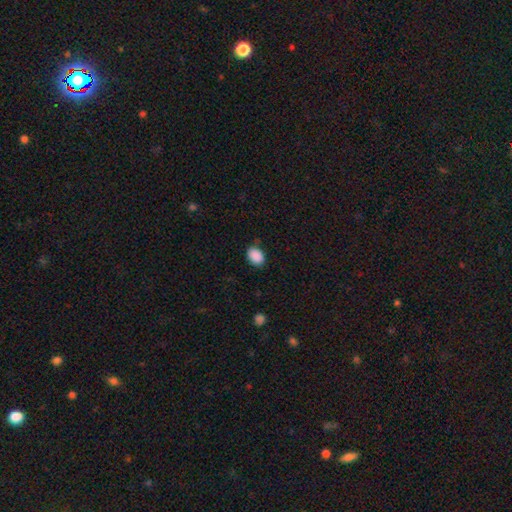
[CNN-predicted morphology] Overall: smooth (90%). How rounded: in between (74%). Merging: none (83%).